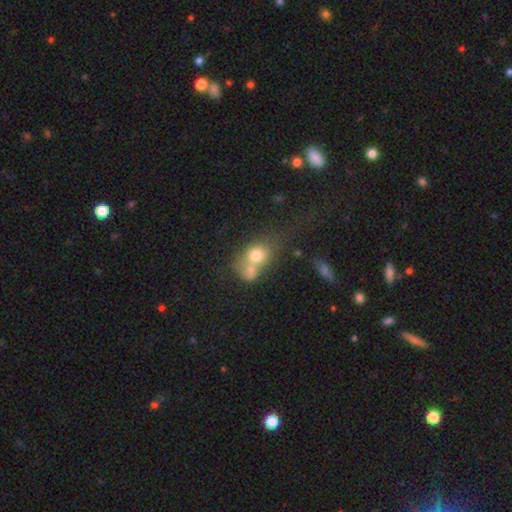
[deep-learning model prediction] Morphology: type=smooth (70%); roundness=round (55%); merging=merger (66%).